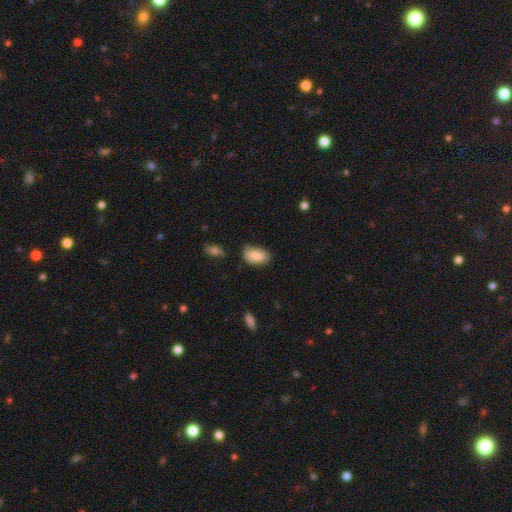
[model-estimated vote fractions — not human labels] Smooth or featured? smooth (84%)
How rounded? in between (94%)
Merging? none (67%)